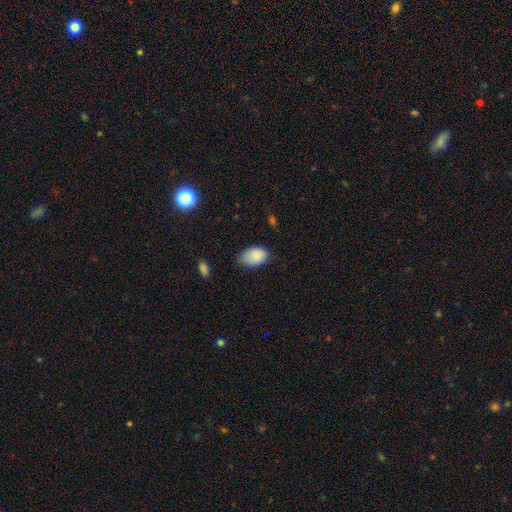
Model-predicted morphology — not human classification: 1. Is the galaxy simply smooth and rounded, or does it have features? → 87% smooth, 7% star or artifact, 6% featured or disk.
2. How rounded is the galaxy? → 91% in between, 8% round, 1% cigar-shaped.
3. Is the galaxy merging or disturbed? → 61% none, 31% minor disturbance, 6% major disturbance, 2% merger.